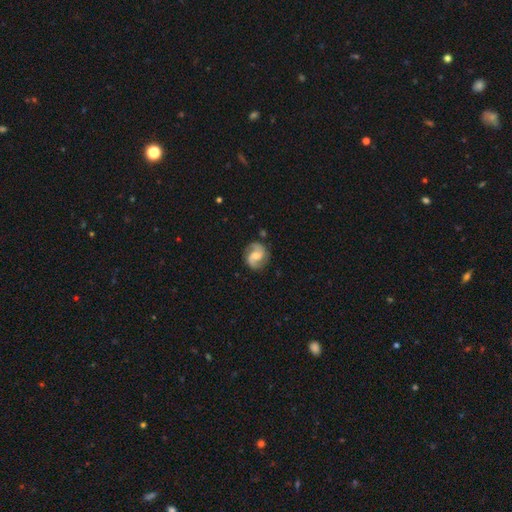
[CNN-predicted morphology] This is clearly a featured or disk galaxy (82%). It is clearly not viewed edge-on (98%). Bar: possibly weak (46%). Spiral arm pattern: clearly yes (96%). Spiral arm count: clearly 2 (91%). Spiral winding: possibly medium (50%). Central bulge: possibly moderate (58%). Merging: clearly none (82%).